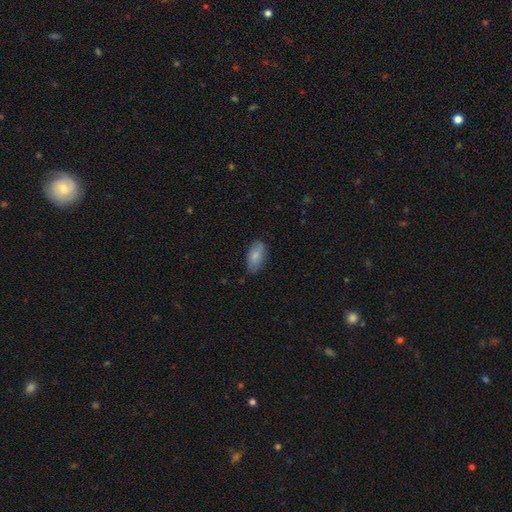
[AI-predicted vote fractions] This is clearly a smooth galaxy (82%). How rounded: clearly in between (92%). Merging: clearly none (80%).